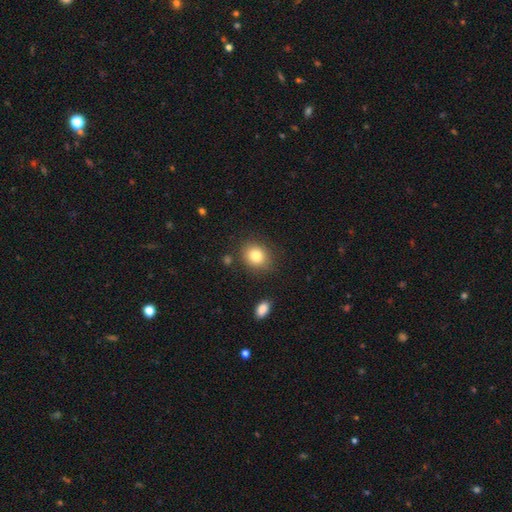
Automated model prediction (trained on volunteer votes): Morphology: type=smooth (82%); roundness=round (65%); merging=none (84%).